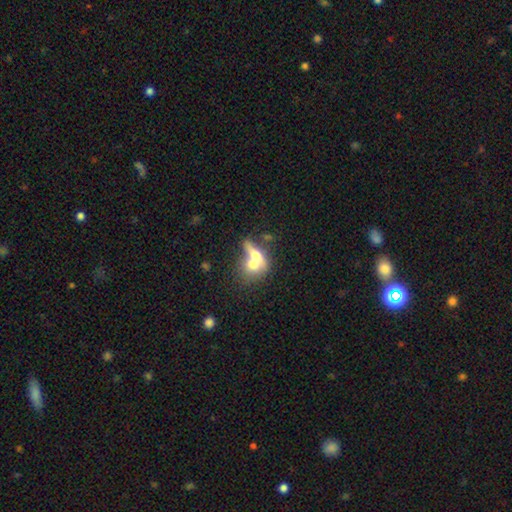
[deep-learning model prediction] A smooth galaxy with no disk features (63%) that is in between round and cigar-shaped (48%). Merging: merger (69%).